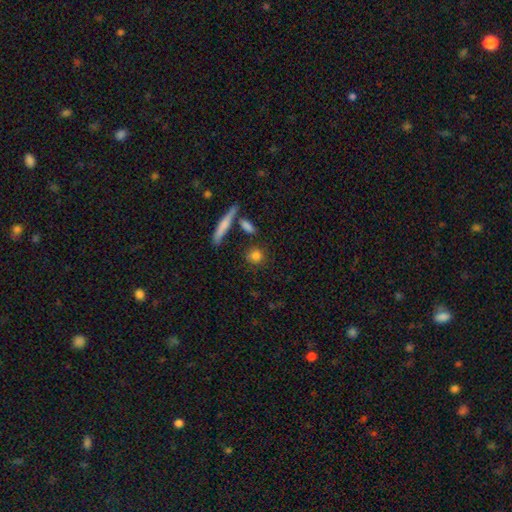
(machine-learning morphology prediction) Q: Smooth or featured?
A: smooth (81%); runner-up: featured or disk (11%)
Q: How rounded?
A: round (66%); runner-up: in between (21%)
Q: Merging?
A: none (77%); runner-up: minor disturbance (10%)